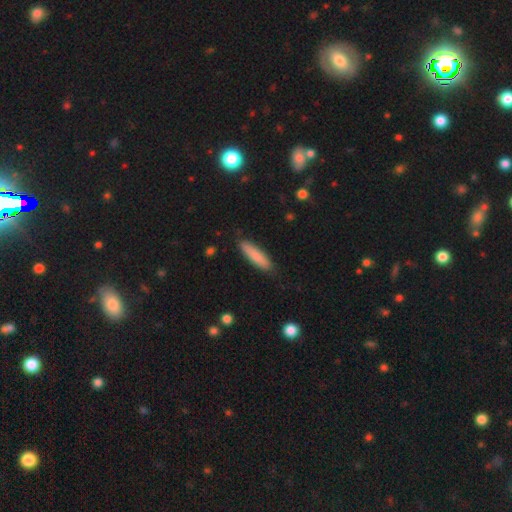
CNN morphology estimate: The model was most divided on "how rounded": cigar-shaped: 77%, in between: 22%, round: 1%. More confident: merging — none (85%); smooth or featured — smooth (82%).